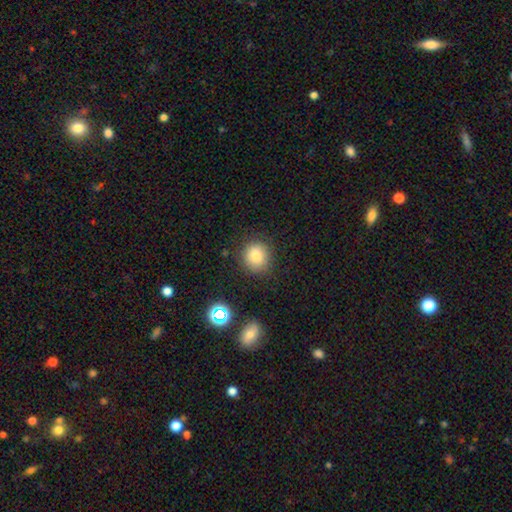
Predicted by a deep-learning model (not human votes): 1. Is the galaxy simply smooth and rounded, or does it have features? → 80% smooth, 12% star or artifact, 8% featured or disk.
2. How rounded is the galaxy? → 86% round, 13% in between, 1% cigar-shaped.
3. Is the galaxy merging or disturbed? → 85% none, 10% minor disturbance, 3% major disturbance, 2% merger.